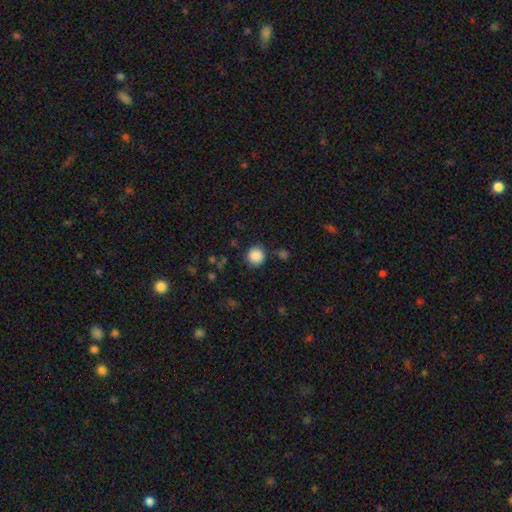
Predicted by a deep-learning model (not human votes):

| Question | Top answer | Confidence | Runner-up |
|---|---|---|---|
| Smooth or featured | smooth | 87% | star or artifact (9%) |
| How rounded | round | 91% | in between (8%) |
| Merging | none | 83% | minor disturbance (11%) |